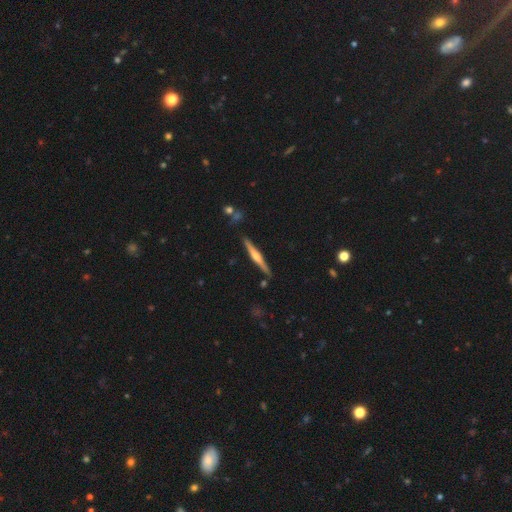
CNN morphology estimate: Smooth or featured?
  - featured or disk: 72% *
  - smooth: 22%
  - star or artifact: 6%
Edge-on disk?
  - yes: 98% *
  - no: 2%
Edge-on bulge?
  - rounded: 83% *
  - none: 9%
  - boxy: 8%
Merging?
  - none: 88% *
  - minor disturbance: 8%
  - merger: 2%
  - major disturbance: 2%